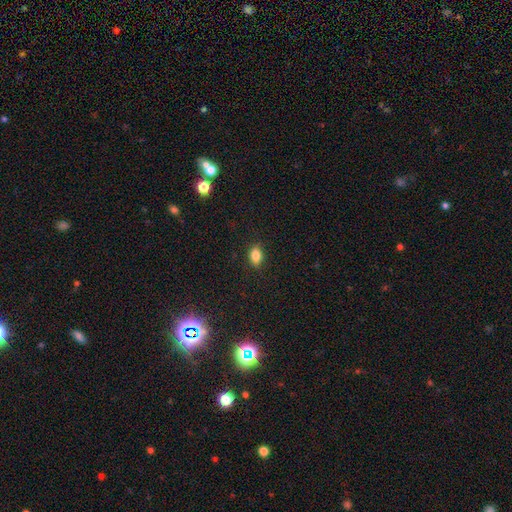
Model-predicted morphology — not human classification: smooth-or-featured: smooth: 83% | star or artifact: 10% | featured or disk: 7%
  how-rounded: in between: 83% | round: 14% | cigar-shaped: 3%
  merging: none: 88% | minor disturbance: 9% | major disturbance: 2% | merger: 1%